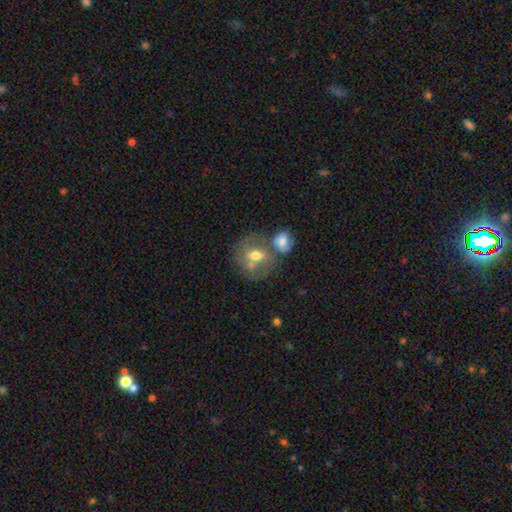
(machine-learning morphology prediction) type=smooth (48%); merging=merger (41%).